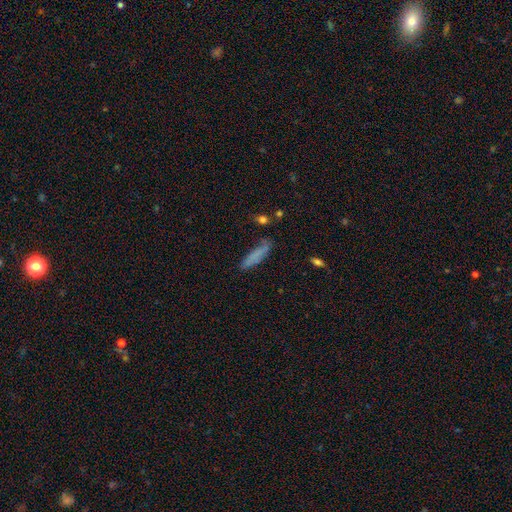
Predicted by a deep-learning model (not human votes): This is likely a smooth galaxy (70%). How rounded: likely cigar-shaped (78%). Merging: likely none (65%).